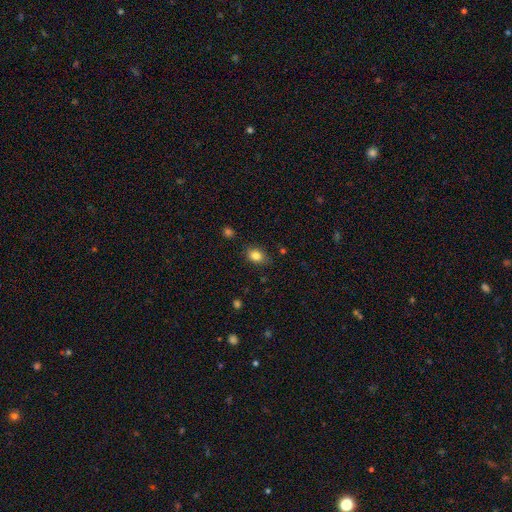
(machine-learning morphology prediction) The model was most divided on "how rounded": in between: 67%, round: 32%, cigar-shaped: 1%. More confident: smooth or featured — smooth (84%); merging — none (83%).